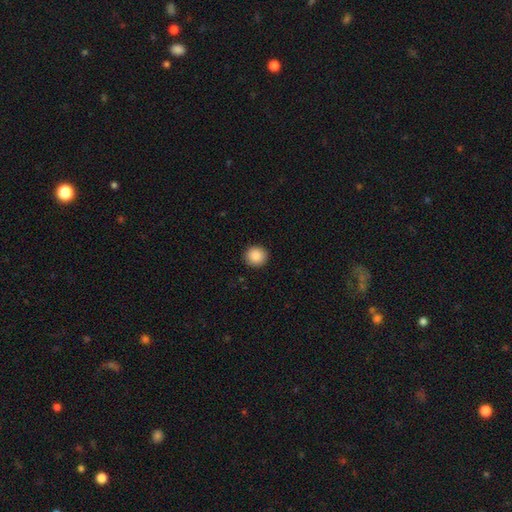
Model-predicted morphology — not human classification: This is clearly a smooth galaxy (87%). How rounded: clearly round (90%). Merging: clearly none (92%).